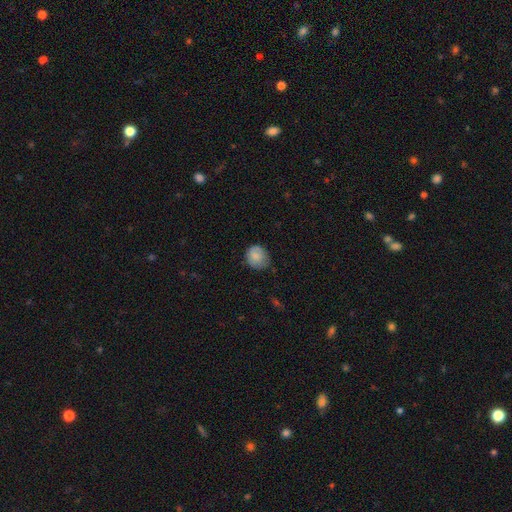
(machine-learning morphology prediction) This appears to be a smooth galaxy with no disk features (82%) that is round (75%). Merging: none (67%).